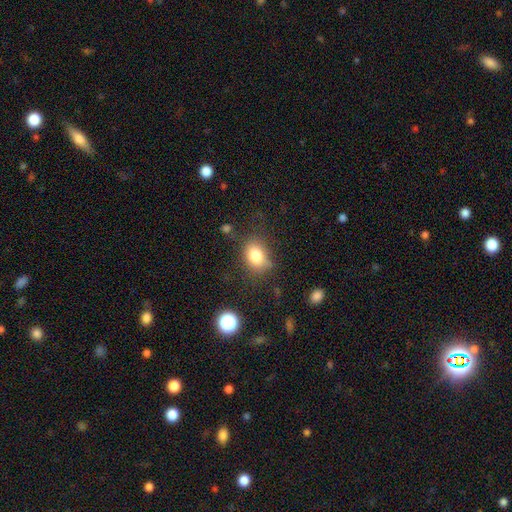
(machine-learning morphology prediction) Smooth or featured: smooth — 79% (star or artifact — 11%)
How rounded: in between — 62% (round — 37%)
Merging: none — 69% (minor disturbance — 21%)